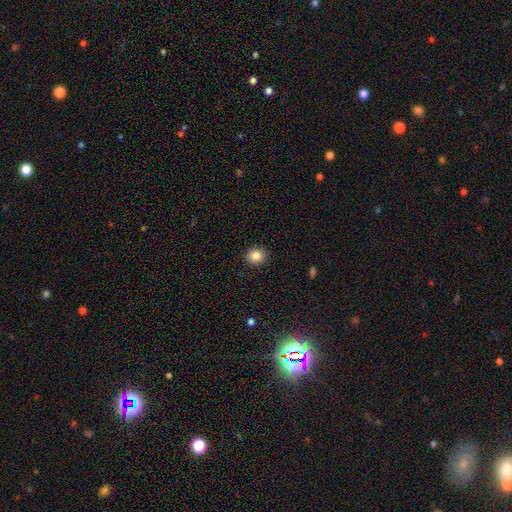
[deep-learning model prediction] Smooth or featured: smooth — 85% (star or artifact — 10%)
How rounded: round — 78% (in between — 21%)
Merging: none — 91% (minor disturbance — 6%)